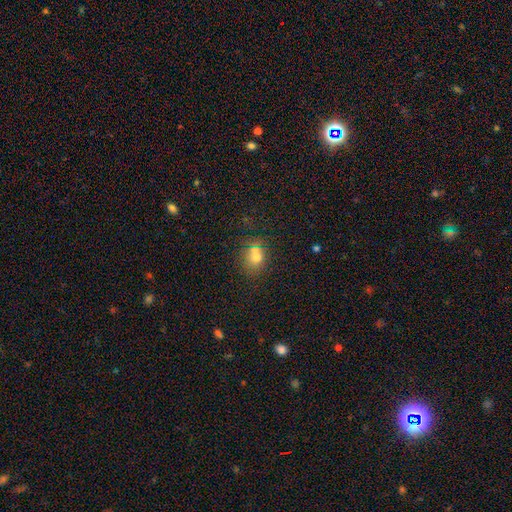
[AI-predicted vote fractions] smooth_or_featured: smooth (p=0.68) [alt: star or artifact p=0.19]
how_rounded: round (p=0.64) [alt: in between p=0.35]
merging: none (p=0.62) [alt: merger p=0.20]